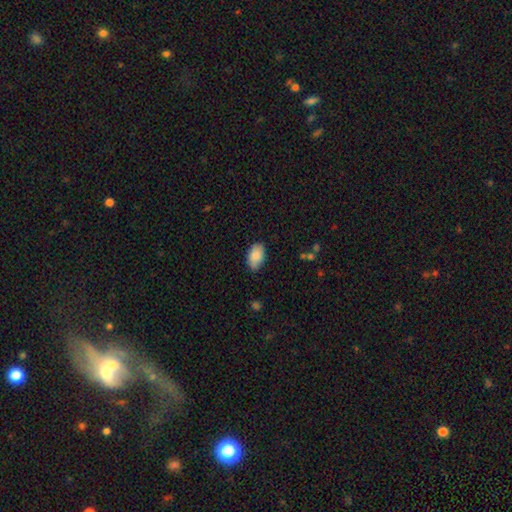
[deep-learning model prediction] smooth_or_featured: smooth (p=0.88) [alt: star or artifact p=0.07]
how_rounded: in between (p=0.93) [alt: round p=0.06]
merging: none (p=0.80) [alt: minor disturbance p=0.17]